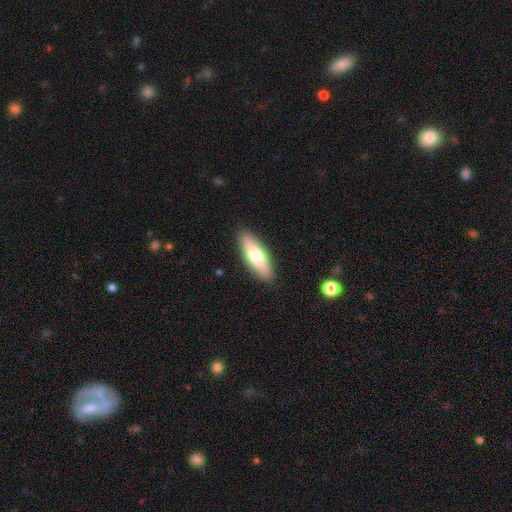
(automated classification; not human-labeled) A smooth galaxy with no disk features (65%) that is in between round and cigar-shaped (56%).

Vote fractions:
- Smooth or featured? smooth: 65% / featured or disk: 29% / star or artifact: 6%
- How rounded? in between: 56% / cigar-shaped: 42% / round: 2%
- Merging? none: 89% / minor disturbance: 8% / major disturbance: 2% / merger: 1%